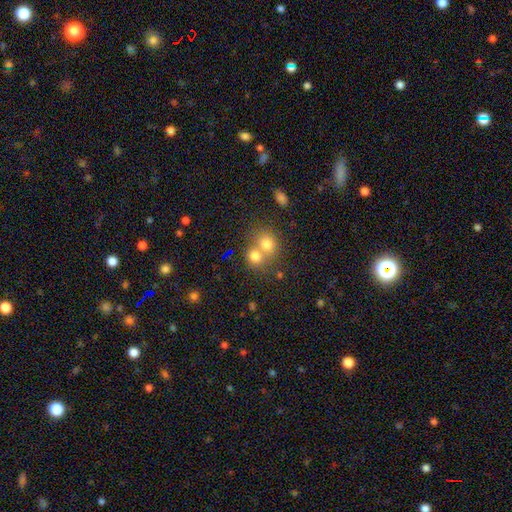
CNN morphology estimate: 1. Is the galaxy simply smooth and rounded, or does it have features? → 73% smooth, 14% star or artifact, 13% featured or disk.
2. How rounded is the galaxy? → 68% round, 31% in between, 1% cigar-shaped.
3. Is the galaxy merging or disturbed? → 57% merger, 33% none, 7% minor disturbance, 3% major disturbance.